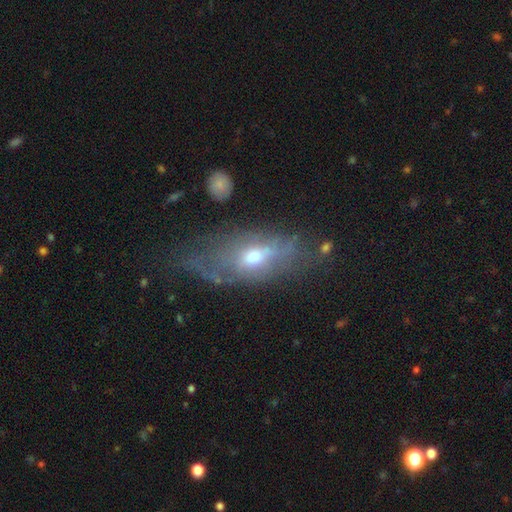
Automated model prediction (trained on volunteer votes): Q: Smooth or featured?
A: featured or disk (52%); runner-up: smooth (38%)
Q: Edge-on disk?
A: no (74%); runner-up: yes (26%)
Q: Merging?
A: none (40%); runner-up: major disturbance (28%)